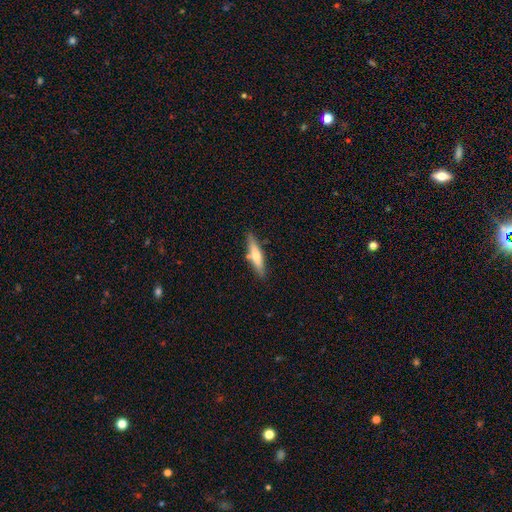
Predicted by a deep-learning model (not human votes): Q: Smooth or featured?
A: smooth (54%); runner-up: featured or disk (40%)
Q: How rounded?
A: cigar-shaped (80%); runner-up: in between (18%)
Q: Merging?
A: none (80%); runner-up: minor disturbance (11%)